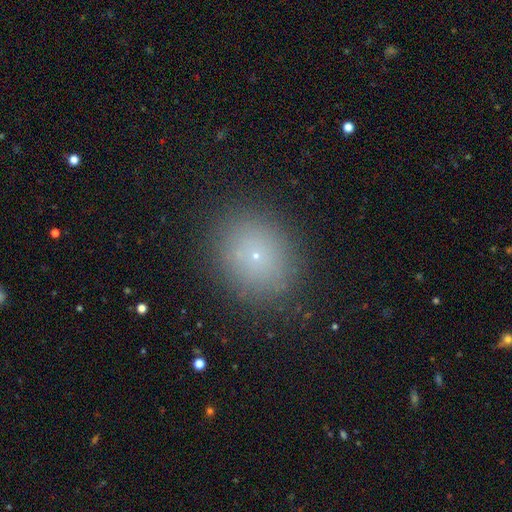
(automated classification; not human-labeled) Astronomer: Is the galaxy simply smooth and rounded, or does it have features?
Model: smooth — 69%.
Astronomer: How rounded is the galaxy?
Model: round — 64%.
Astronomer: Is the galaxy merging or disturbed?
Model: none — 88%.